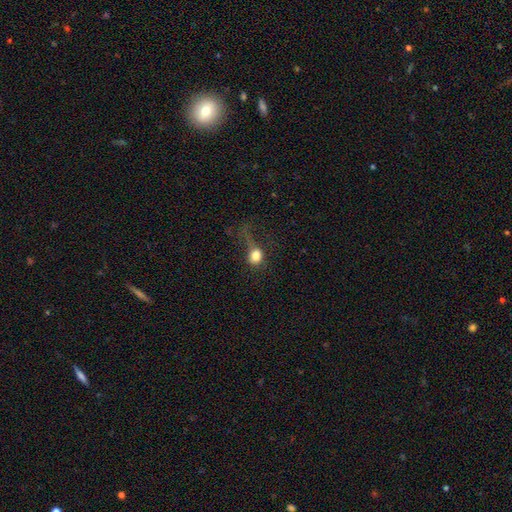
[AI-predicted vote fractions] Smooth or featured? smooth (76%)
How rounded? round (66%)
Merging? major disturbance (41%)